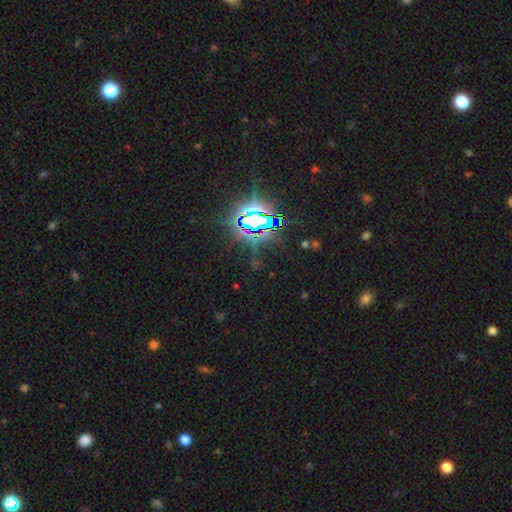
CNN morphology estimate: The model was most divided on "smooth or featured": star or artifact: 84%, smooth: 8%, featured or disk: 8%.